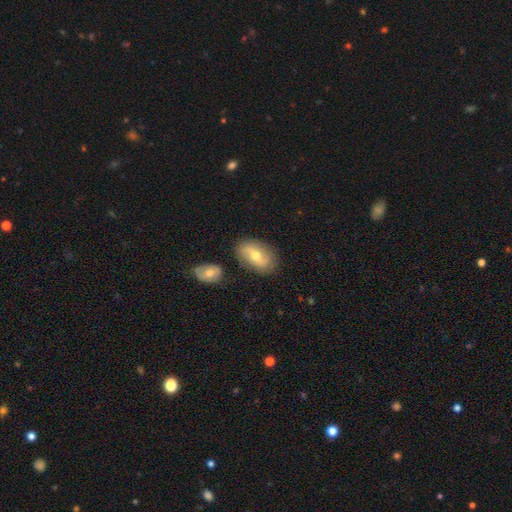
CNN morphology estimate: Smooth or featured: featured or disk — 51% (smooth — 42%)
Edge-on disk: no — 91% (yes — 9%)
Merging: none — 79% (minor disturbance — 13%)